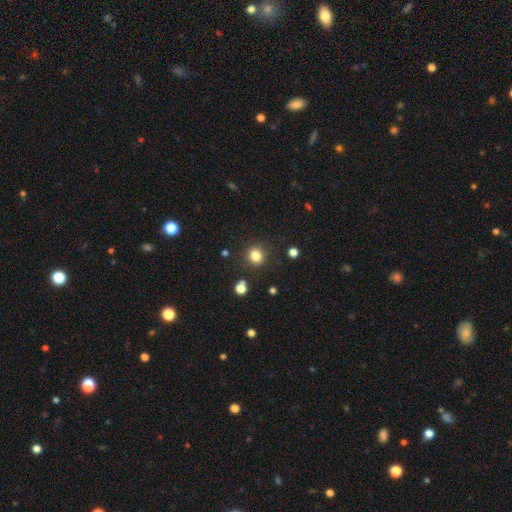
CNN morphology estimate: This is clearly a smooth galaxy (82%). How rounded: clearly round (85%). Merging: clearly none (87%).